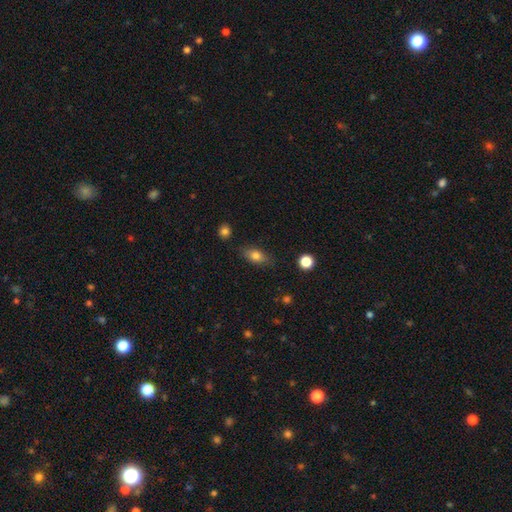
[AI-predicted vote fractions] smooth-or-featured: smooth: 78% | featured or disk: 14% | star or artifact: 9%
  how-rounded: in between: 82% | round: 9% | cigar-shaped: 9%
  merging: none: 80% | minor disturbance: 15% | major disturbance: 3% | merger: 2%